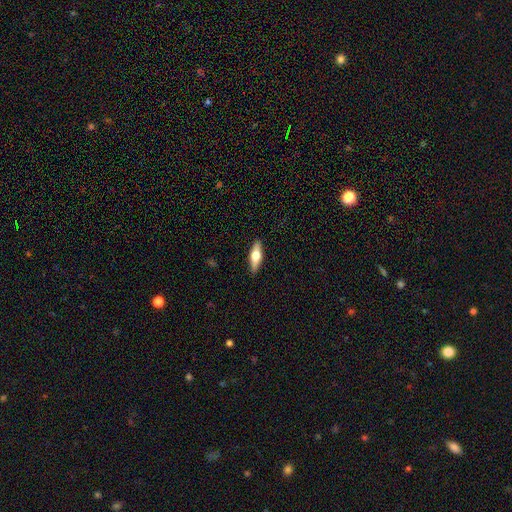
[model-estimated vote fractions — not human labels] Smooth or featured? featured or disk (50%)
Edge-on disk? yes (92%)
Merging? none (89%)